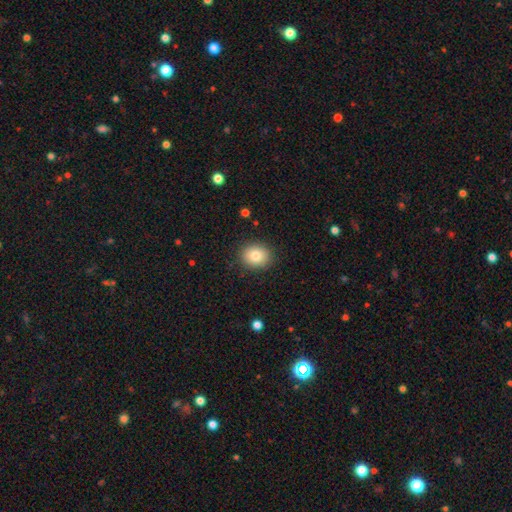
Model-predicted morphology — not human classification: This appears to be a smooth galaxy with no disk features (82%) that is round (63%). Merging: none (89%).